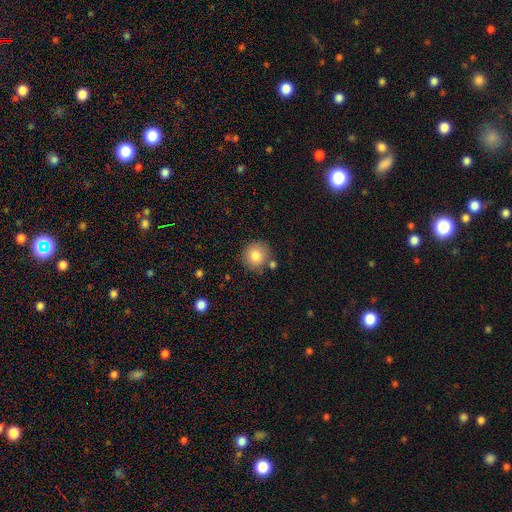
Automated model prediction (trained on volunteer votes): Overall: smooth (83%). How rounded: round (92%). Merging: none (79%).